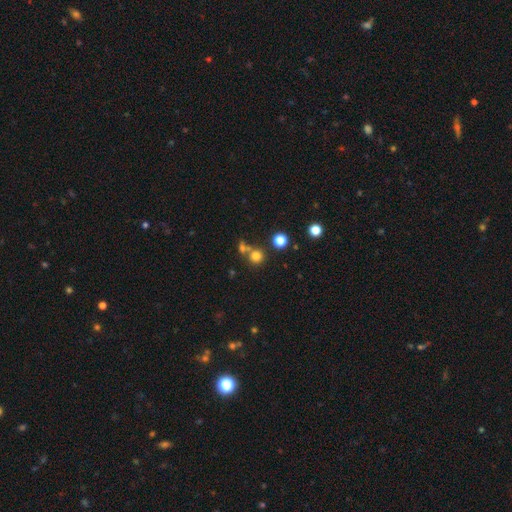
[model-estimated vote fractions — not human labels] Smooth or featured: smooth — 76% (star or artifact — 16%)
How rounded: round — 91% (in between — 8%)
Merging: none — 63% (merger — 26%)